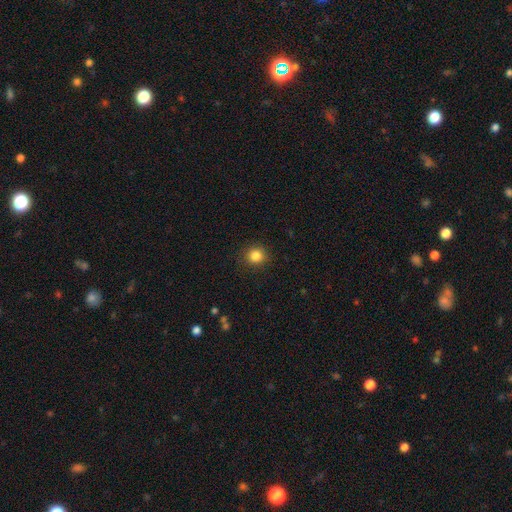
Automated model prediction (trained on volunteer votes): Smooth or featured? Predicted: smooth (p=0.84). How rounded? Predicted: round (p=0.92). Merging? Predicted: none (p=0.90).